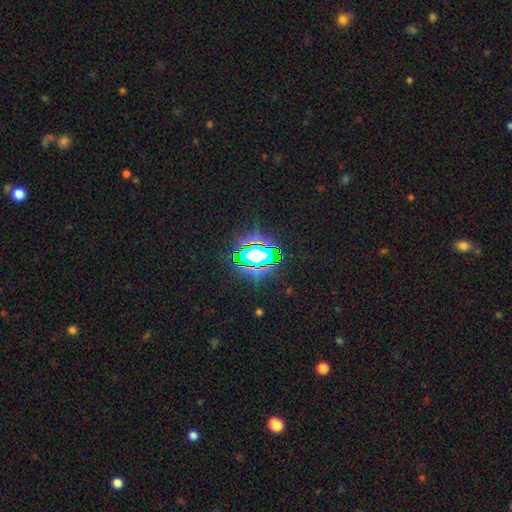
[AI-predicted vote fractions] This is likely a star or artifact rather than a galaxy (66%).